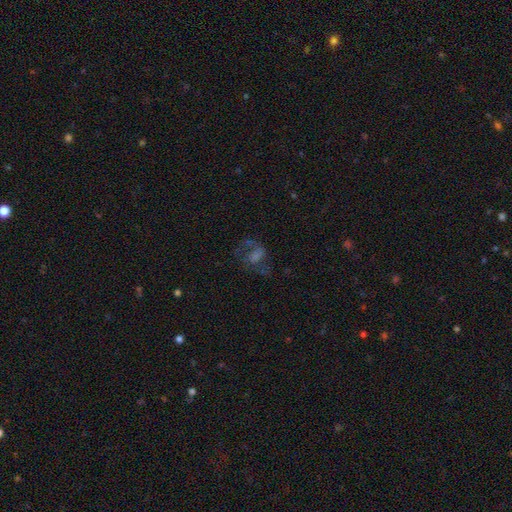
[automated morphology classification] Q: Smooth or featured?
A: featured or disk (52%); runner-up: star or artifact (25%)
Q: Edge-on disk?
A: no (96%); runner-up: yes (4%)
Q: Merging?
A: none (54%); runner-up: major disturbance (26%)